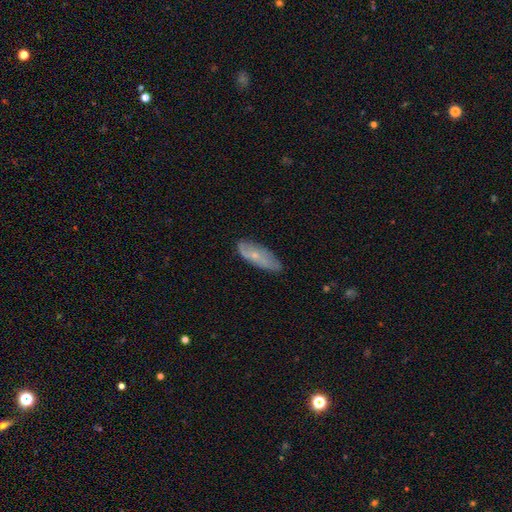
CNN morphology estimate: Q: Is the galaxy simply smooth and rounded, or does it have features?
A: smooth — 48%.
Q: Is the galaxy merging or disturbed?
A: none — 71%.